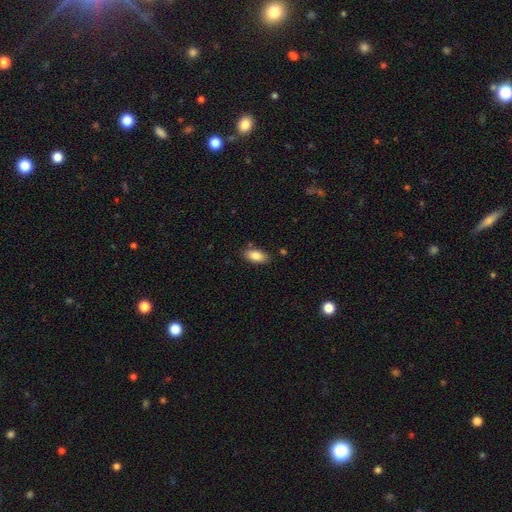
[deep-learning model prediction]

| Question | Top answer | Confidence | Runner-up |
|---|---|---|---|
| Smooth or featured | smooth | 83% | featured or disk (10%) |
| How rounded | in between | 89% | cigar-shaped (9%) |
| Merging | none | 82% | minor disturbance (13%) |